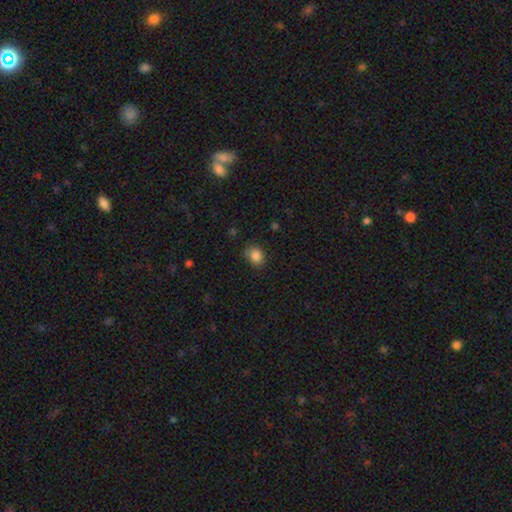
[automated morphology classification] Smooth or featured?
  - smooth: 85% *
  - star or artifact: 10%
  - featured or disk: 5%
How rounded?
  - round: 52% *
  - in between: 47%
  - cigar-shaped: 1%
Merging?
  - none: 77% *
  - minor disturbance: 18%
  - major disturbance: 4%
  - merger: 1%